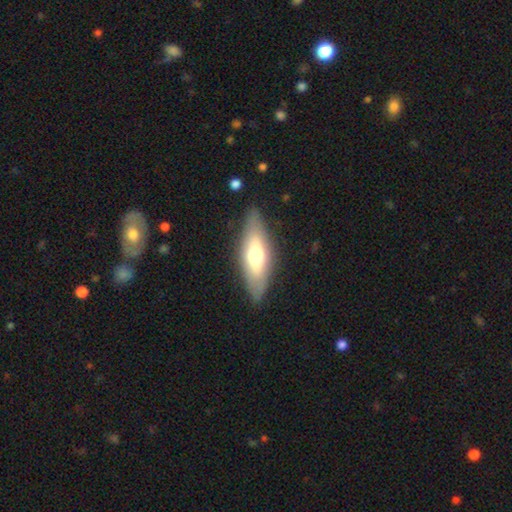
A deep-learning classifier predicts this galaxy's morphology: Overall: smooth (53%; featured or disk 41%). How rounded: in between (58%; cigar-shaped 39%). Merging: none (83%).